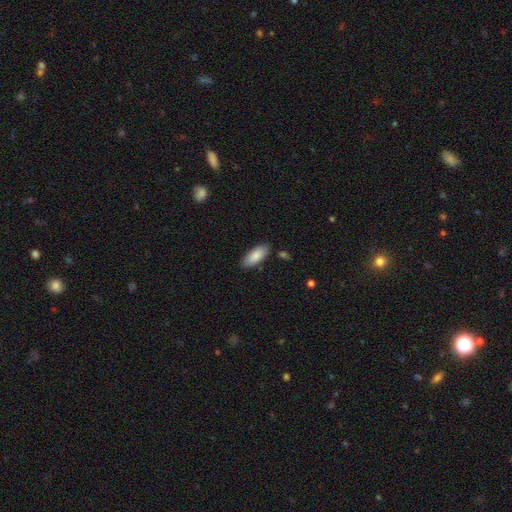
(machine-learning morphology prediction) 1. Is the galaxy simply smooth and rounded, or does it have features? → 87% smooth, 7% featured or disk, 6% star or artifact.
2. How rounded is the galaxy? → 82% in between, 17% cigar-shaped, 2% round.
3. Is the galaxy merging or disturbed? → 85% none, 10% minor disturbance, 2% merger, 2% major disturbance.